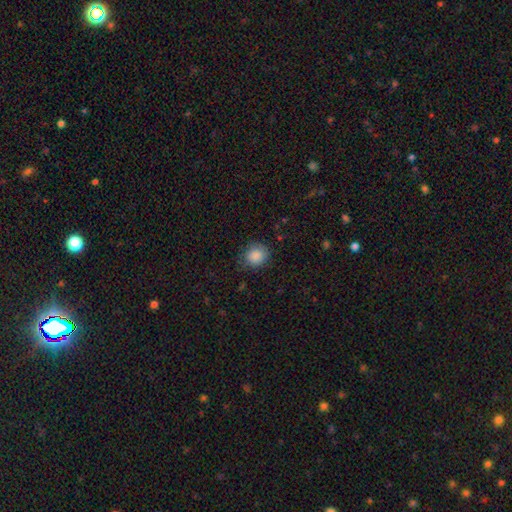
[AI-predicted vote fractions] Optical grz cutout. It shows a smooth galaxy with no disk features (87%) that is round (82%). Merging: none (80%).